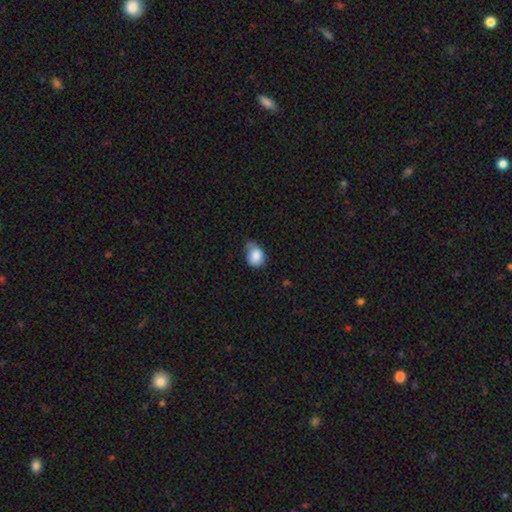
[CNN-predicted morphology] Overall: smooth (84%). How rounded: in between (62%; round 37%). Merging: minor disturbance (49%; none 33%).